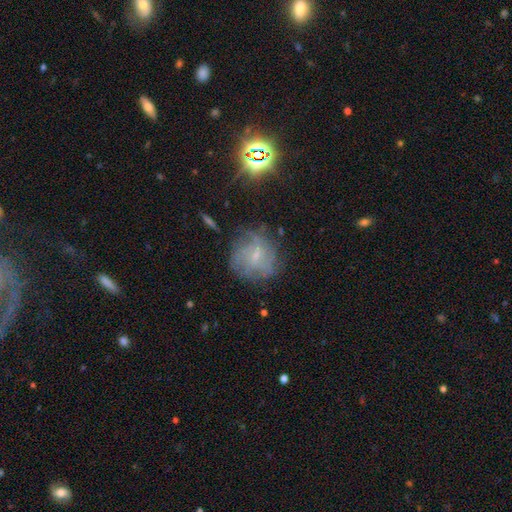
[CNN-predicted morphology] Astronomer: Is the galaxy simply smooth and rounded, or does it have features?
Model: featured or disk — 58%.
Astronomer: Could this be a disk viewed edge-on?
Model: no — 96%.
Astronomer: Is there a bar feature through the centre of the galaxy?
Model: weak — 48% (runner-up: no, 43%).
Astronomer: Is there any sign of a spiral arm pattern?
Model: yes — 74%.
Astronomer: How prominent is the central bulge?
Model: small — 68%.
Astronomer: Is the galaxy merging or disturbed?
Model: none — 66%.